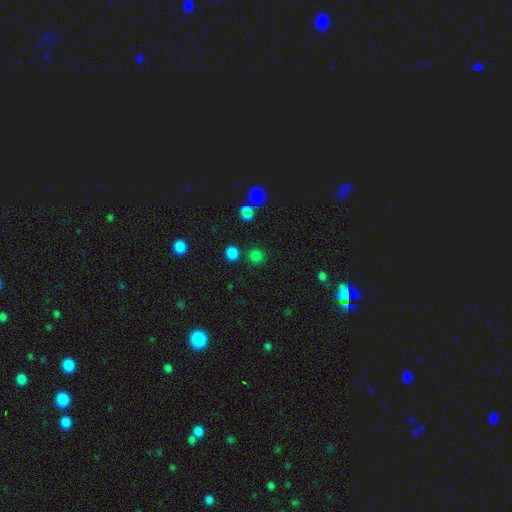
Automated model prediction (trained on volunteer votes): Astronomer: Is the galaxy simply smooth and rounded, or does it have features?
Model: smooth — 76%.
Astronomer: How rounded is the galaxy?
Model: round — 88%.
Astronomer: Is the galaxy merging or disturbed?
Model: none — 80%.